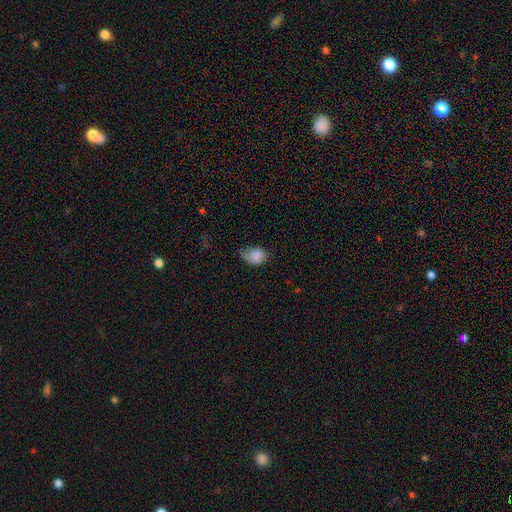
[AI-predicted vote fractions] smooth 78%, featured or disk 14%, star or artifact 8%. Down the decision tree: how rounded — in between (66%); merging — none (40%).